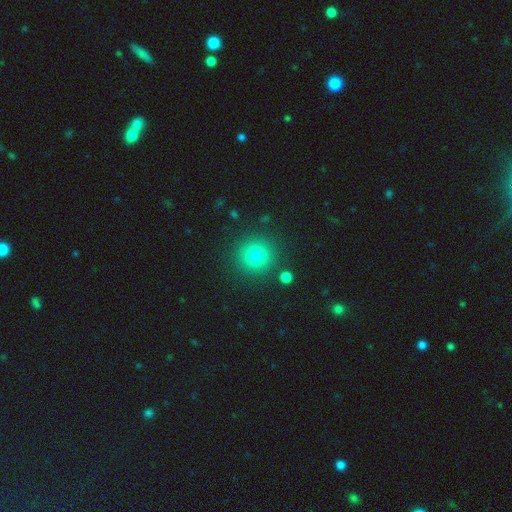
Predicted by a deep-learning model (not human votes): This appears to be a smooth galaxy with no disk features (80%) that is round (94%). Merging: none (89%).